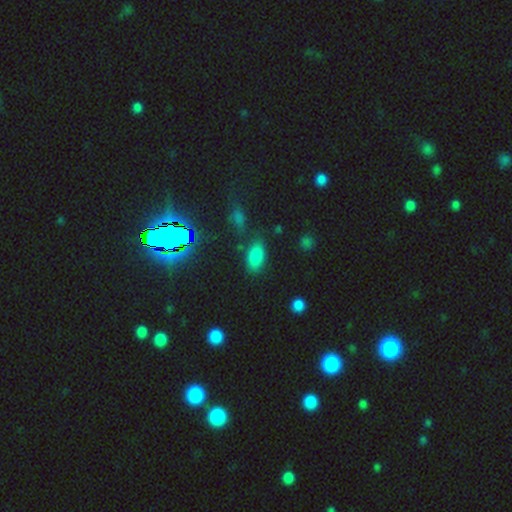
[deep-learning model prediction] Overall: smooth (76%). How rounded: in between (90%). Merging: none (76%).